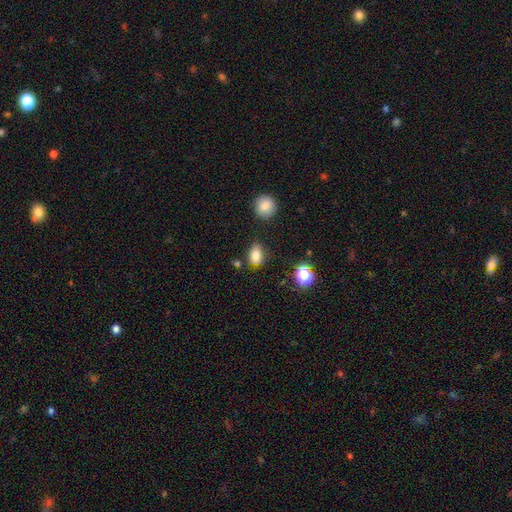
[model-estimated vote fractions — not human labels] Morphology: type=smooth (80%); roundness=in between (77%); merging=none (77%).